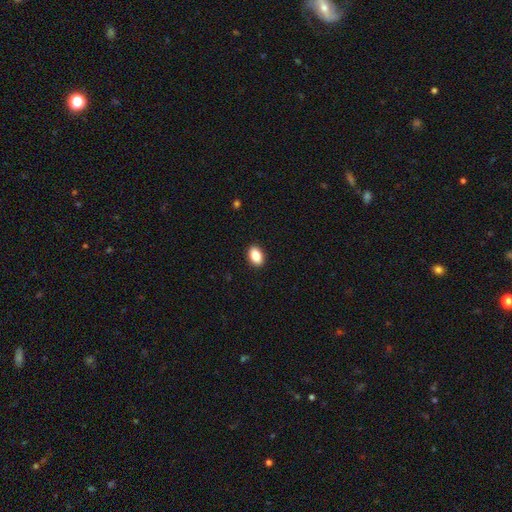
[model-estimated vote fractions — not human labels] Smooth or featured?
  - smooth: 86% *
  - star or artifact: 8%
  - featured or disk: 6%
How rounded?
  - in between: 88% *
  - round: 11%
  - cigar-shaped: 2%
Merging?
  - none: 91% *
  - minor disturbance: 7%
  - major disturbance: 2%
  - merger: 1%